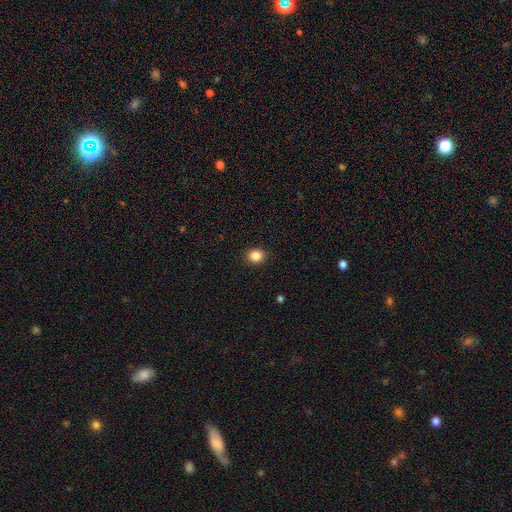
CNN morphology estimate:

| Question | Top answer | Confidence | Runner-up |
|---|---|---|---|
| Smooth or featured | smooth | 86% | star or artifact (10%) |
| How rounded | round | 74% | in between (25%) |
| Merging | none | 90% | minor disturbance (7%) |